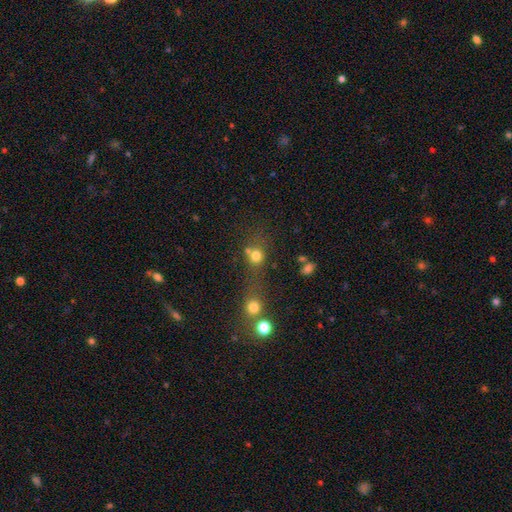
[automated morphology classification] smooth 74%, star or artifact 16%, featured or disk 10%. Down the decision tree: how rounded — round (82%); merging — none (46%).